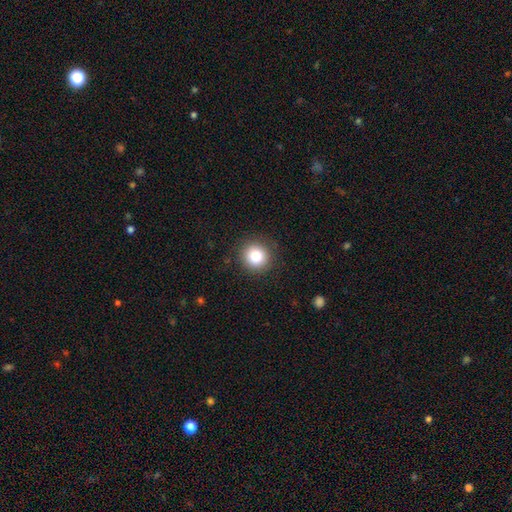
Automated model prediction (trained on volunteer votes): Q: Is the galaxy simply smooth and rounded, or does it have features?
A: smooth — 83%.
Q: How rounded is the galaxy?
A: round — 92%.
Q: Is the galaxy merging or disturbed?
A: none — 90%.